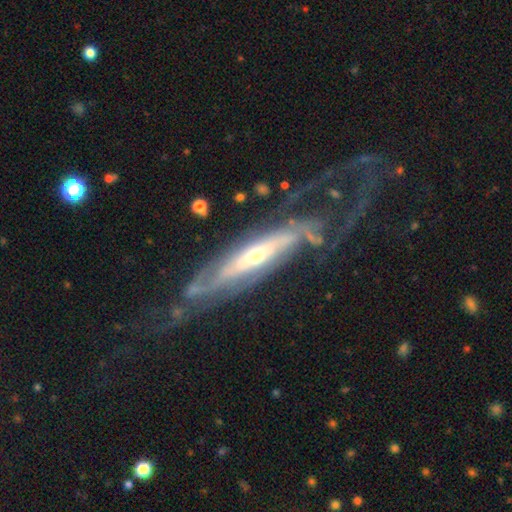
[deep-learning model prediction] Smooth or featured: featured or disk — 87% (smooth — 8%)
Edge-on disk: no — 72% (yes — 28%)
Bar: no — 48% (strong — 27%)
Spiral arms: yes — 91% (no — 9%)
Spiral winding: tight — 47% (medium — 35%)
Spiral arm count: can't tell — 38% (2 — 36%)
Bulge size: small — 48% (moderate — 45%)
Merging: none — 51% (major disturbance — 27%)